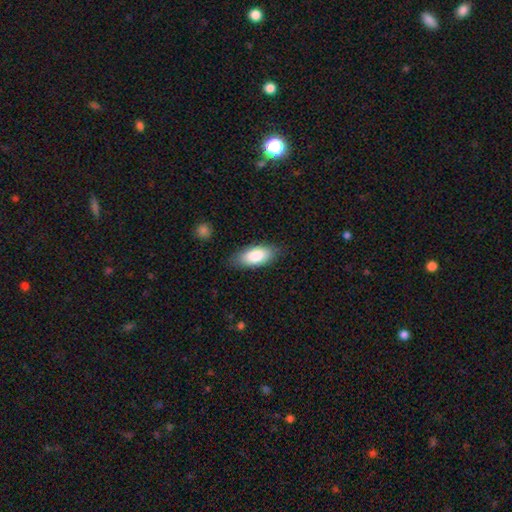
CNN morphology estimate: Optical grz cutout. It shows a smooth galaxy with no disk features (83%) that is in between round and cigar-shaped (88%). Merging: none (81%).